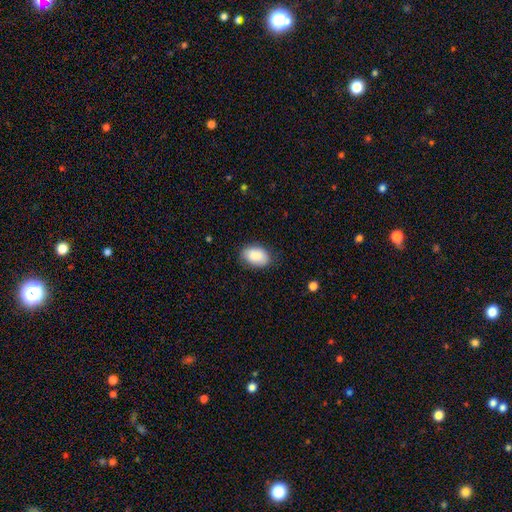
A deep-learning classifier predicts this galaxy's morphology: smooth_or_featured: smooth (p=0.88) [alt: star or artifact p=0.06]
how_rounded: in between (p=0.88) [alt: round p=0.11]
merging: none (p=0.79) [alt: minor disturbance p=0.17]